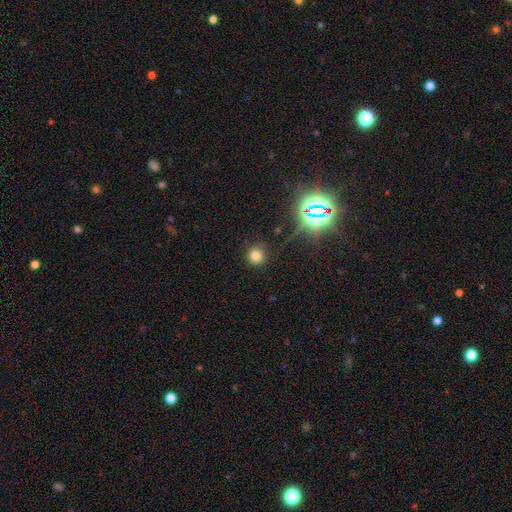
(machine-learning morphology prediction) Q: Smooth or featured?
A: smooth (72%); runner-up: star or artifact (21%)
Q: How rounded?
A: round (92%); runner-up: in between (6%)
Q: Merging?
A: none (86%); runner-up: minor disturbance (8%)